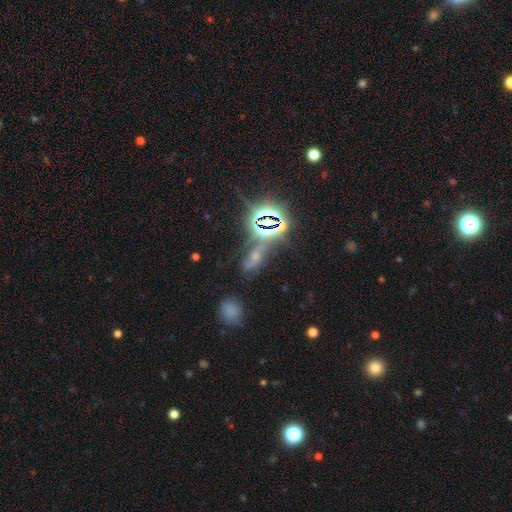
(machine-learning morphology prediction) A star or artifact, not a galaxy (57%).